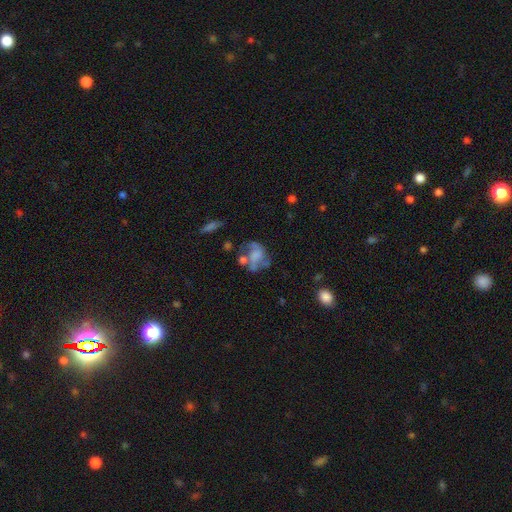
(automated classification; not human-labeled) Morphology: type=featured or disk (59%); edge-on=no (97%); bar=no (73%); spiral arms=yes (53%); bulge=none (49%); merging=none (37%).